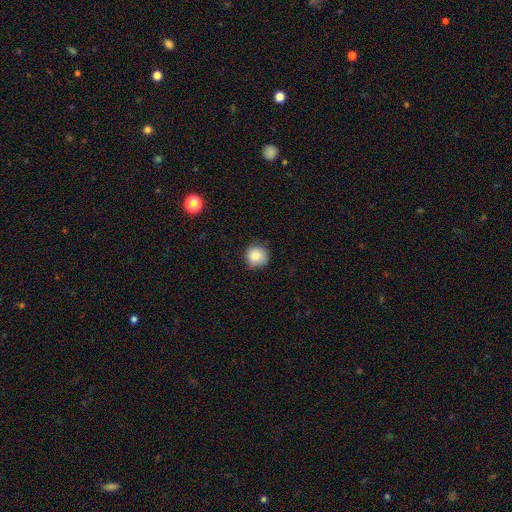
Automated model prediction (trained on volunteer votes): smooth-or-featured: smooth: 86% | star or artifact: 9% | featured or disk: 5%
  how-rounded: round: 93% | in between: 6% | cigar-shaped: 1%
  merging: none: 80% | minor disturbance: 16% | major disturbance: 3% | merger: 1%